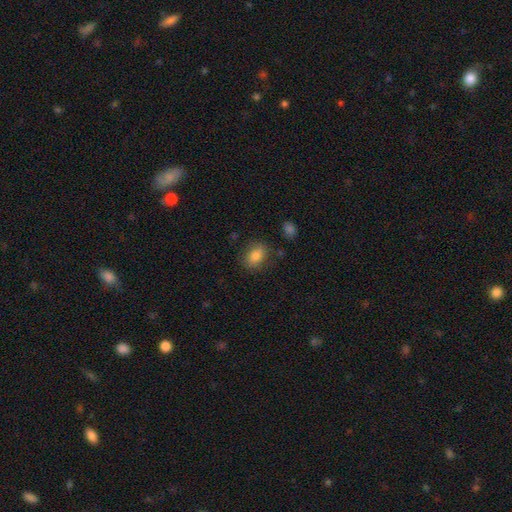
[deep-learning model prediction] Q: Smooth or featured?
A: smooth (83%); runner-up: star or artifact (9%)
Q: How rounded?
A: in between (73%); runner-up: round (26%)
Q: Merging?
A: none (78%); runner-up: minor disturbance (14%)